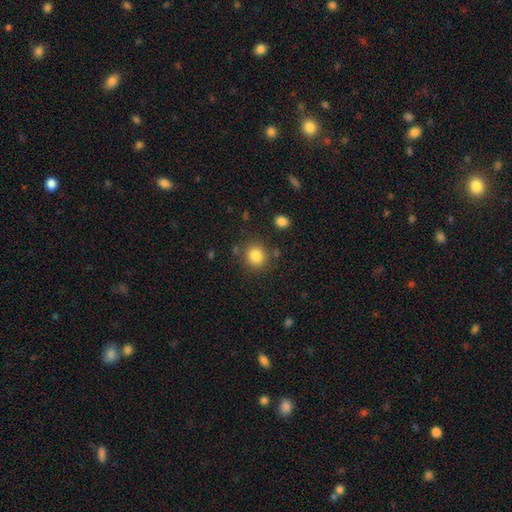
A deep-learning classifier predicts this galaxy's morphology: smooth-or-featured: smooth: 84% | star or artifact: 10% | featured or disk: 6%
  how-rounded: round: 82% | in between: 17% | cigar-shaped: 1%
  merging: none: 80% | minor disturbance: 10% | merger: 5% | major disturbance: 4%